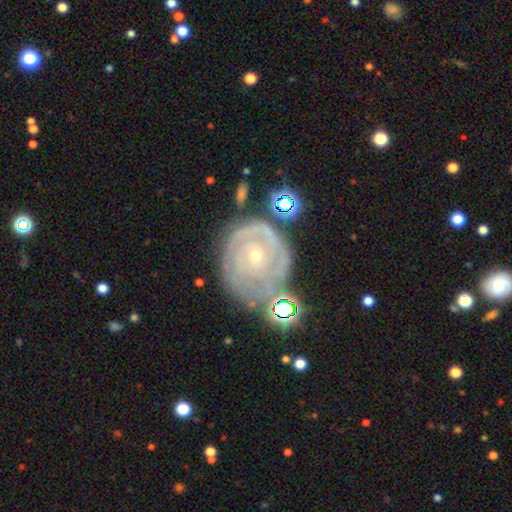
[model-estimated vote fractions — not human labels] featured or disk 82%, smooth 10%, star or artifact 8%. Down the decision tree: edge-on disk — no (97%); bar — no (80%); spiral arms — yes (90%); spiral arm count — can't tell (38%); spiral winding — tight (80%); bulge size — small (75%); merging — none (62%).